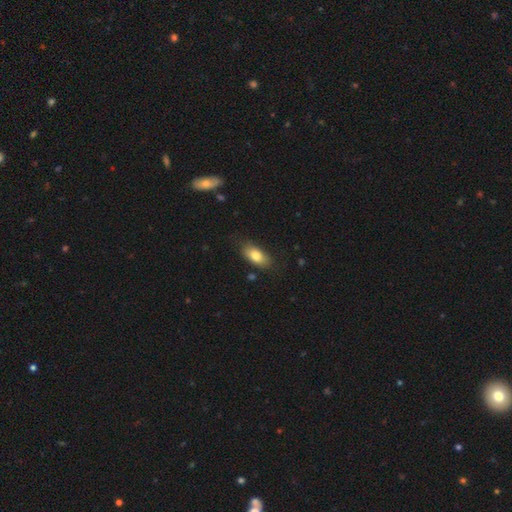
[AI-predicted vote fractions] smooth-or-featured: smooth: 79% | featured or disk: 13% | star or artifact: 7%
  how-rounded: in between: 89% | cigar-shaped: 7% | round: 5%
  merging: none: 77% | minor disturbance: 18% | major disturbance: 4% | merger: 2%